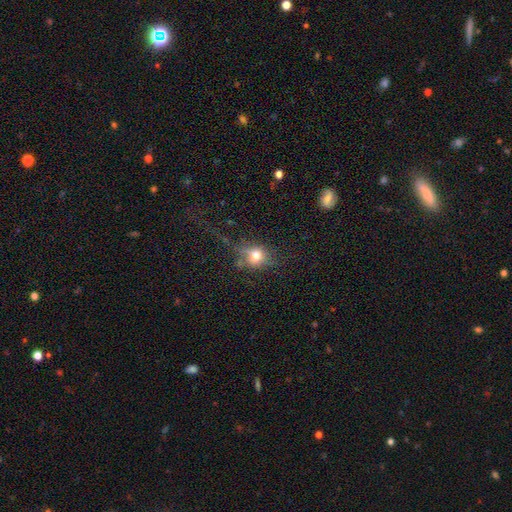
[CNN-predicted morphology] Overall: smooth (66%). How rounded: round (62%; in between 34%). Merging: none (54%; minor disturbance 21%).